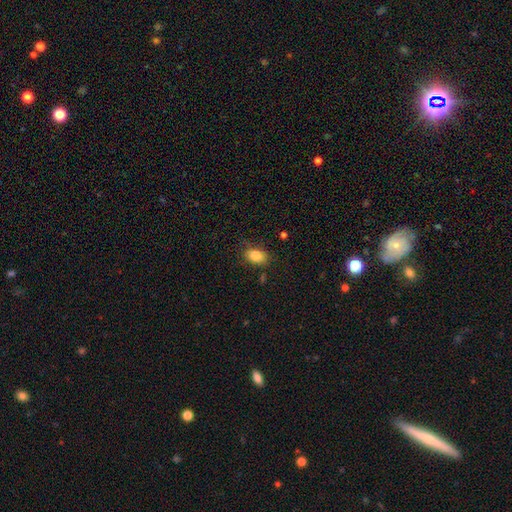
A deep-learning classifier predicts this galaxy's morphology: Smooth or featured? smooth (85%)
How rounded? in between (86%)
Merging? none (78%)